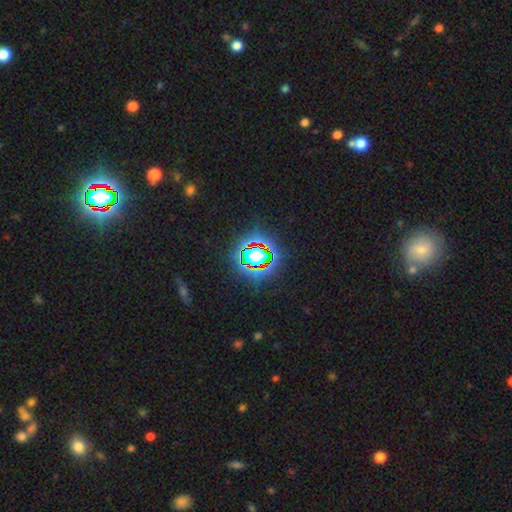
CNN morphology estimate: star or artifact 69%, smooth 20%, featured or disk 11%.